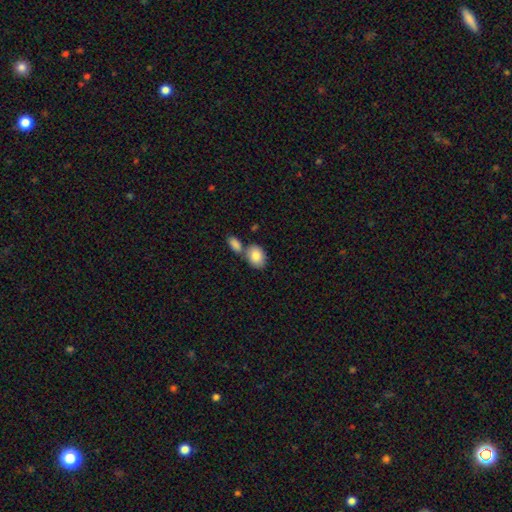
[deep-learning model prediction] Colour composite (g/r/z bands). It shows a smooth galaxy with no disk features (85%) that is in between round and cigar-shaped (81%). Merging: none (50%).